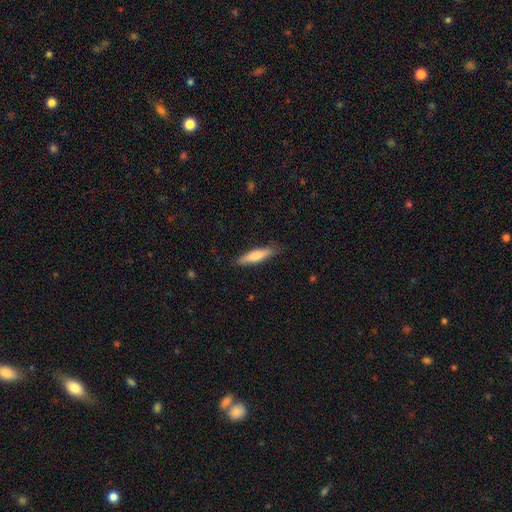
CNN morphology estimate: smooth-or-featured: smooth: 66% | featured or disk: 29% | star or artifact: 5%
  how-rounded: cigar-shaped: 81% | in between: 17% | round: 1%
  merging: none: 86% | minor disturbance: 11% | major disturbance: 2% | merger: 1%